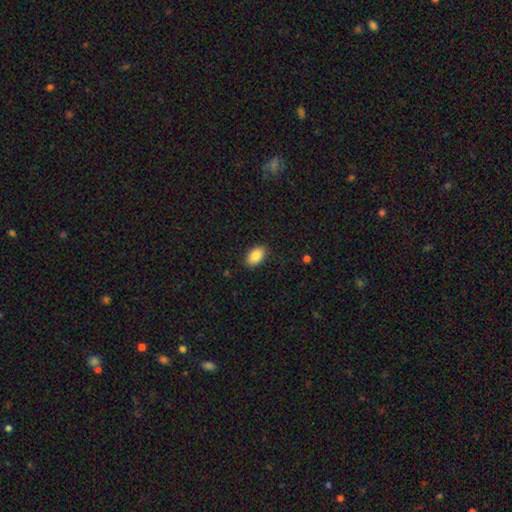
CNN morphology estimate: This appears to be a smooth galaxy with no disk features (88%) that is in between round and cigar-shaped (91%). Merging: none (87%).